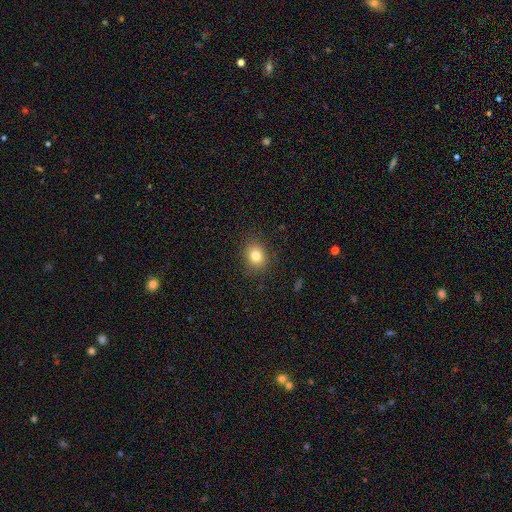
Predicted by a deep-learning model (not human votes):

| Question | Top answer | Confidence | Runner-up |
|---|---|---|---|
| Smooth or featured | smooth | 81% | star or artifact (11%) |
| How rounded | round | 58% | in between (41%) |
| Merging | none | 87% | minor disturbance (9%) |